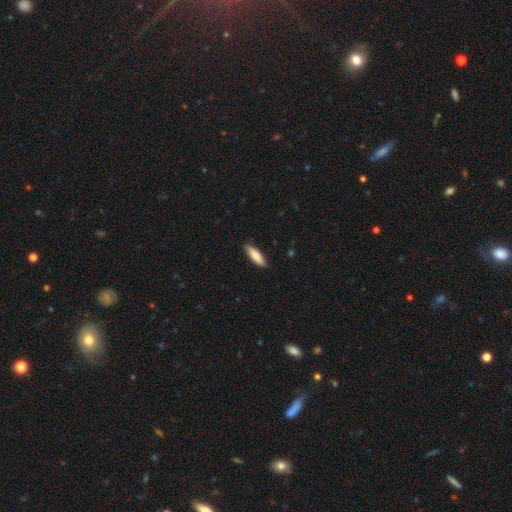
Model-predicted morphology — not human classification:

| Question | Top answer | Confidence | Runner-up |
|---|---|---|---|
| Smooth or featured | smooth | 82% | featured or disk (13%) |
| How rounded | cigar-shaped | 53% | in between (45%) |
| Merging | none | 86% | minor disturbance (11%) |